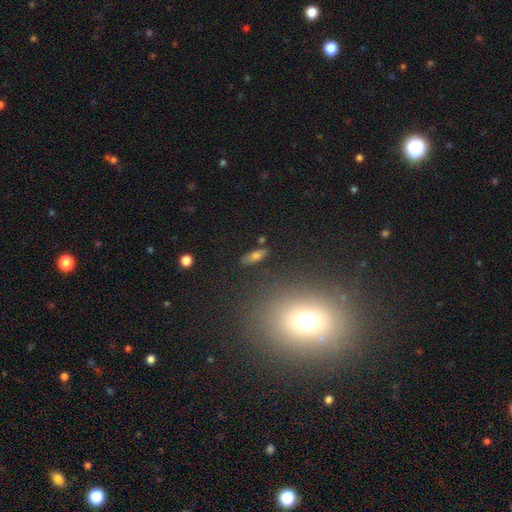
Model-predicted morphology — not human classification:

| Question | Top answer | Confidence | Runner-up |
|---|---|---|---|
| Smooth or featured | smooth | 65% | featured or disk (21%) |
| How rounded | in between | 60% | cigar-shaped (34%) |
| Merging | none | 85% | minor disturbance (10%) |